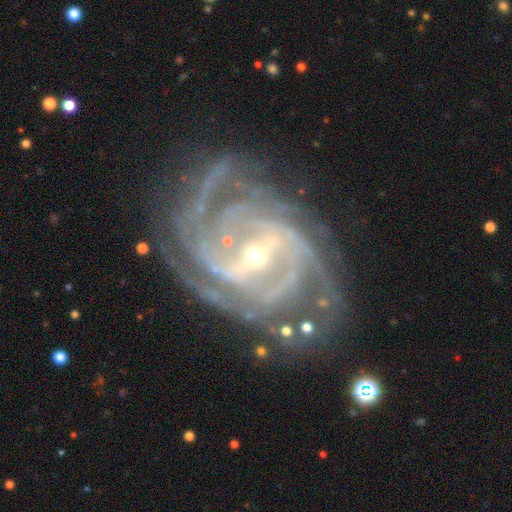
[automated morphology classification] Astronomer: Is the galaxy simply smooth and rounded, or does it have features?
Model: featured or disk — 92%.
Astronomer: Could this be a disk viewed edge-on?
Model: no — 97%.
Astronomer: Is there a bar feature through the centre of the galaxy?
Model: strong — 51% (runner-up: weak, 36%).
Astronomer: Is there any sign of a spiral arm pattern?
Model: yes — 98%.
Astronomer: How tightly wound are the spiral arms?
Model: tight — 53% (runner-up: medium, 39%).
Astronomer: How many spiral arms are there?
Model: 4 — 27% (runner-up: 3, 21%).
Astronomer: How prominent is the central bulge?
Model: small — 75%.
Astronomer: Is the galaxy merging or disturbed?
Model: none — 67%.